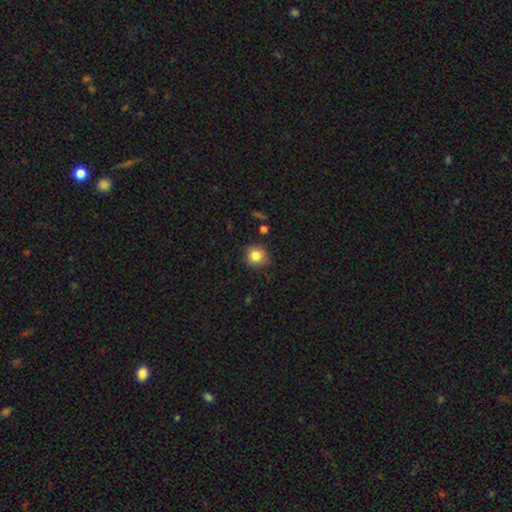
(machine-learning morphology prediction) The model was most divided on "merging": none: 83%, minor disturbance: 13%, major disturbance: 2%, merger: 2%. More confident: how rounded — round (90%); smooth or featured — smooth (81%).